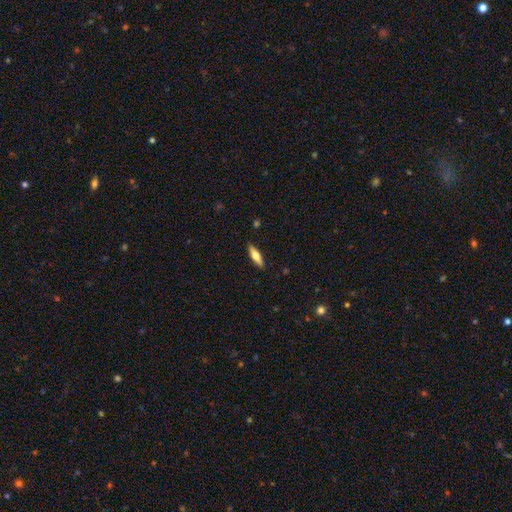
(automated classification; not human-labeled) smooth 59%, featured or disk 35%, star or artifact 6%. Down the decision tree: how rounded — cigar-shaped (61%); merging — none (89%).